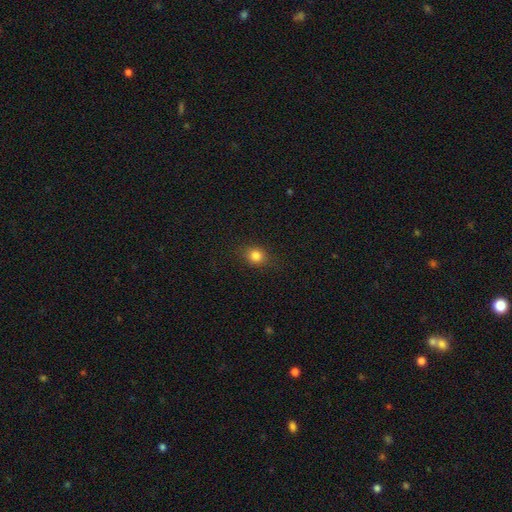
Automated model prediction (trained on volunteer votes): Smooth or featured? smooth (82%)
How rounded? round (67%)
Merging? none (84%)